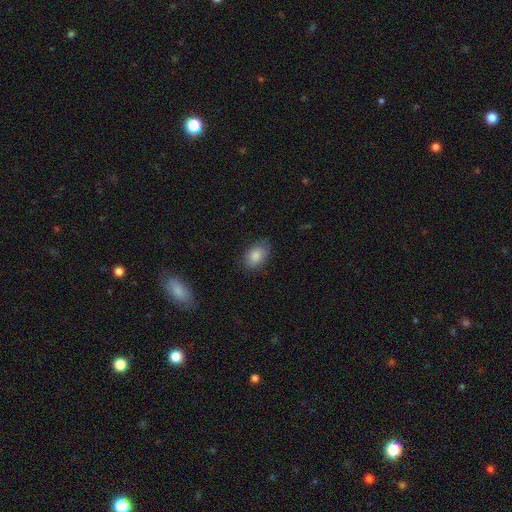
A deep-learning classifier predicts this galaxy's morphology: This is clearly a smooth galaxy (86%). How rounded: clearly in between (87%). Merging: clearly none (81%).